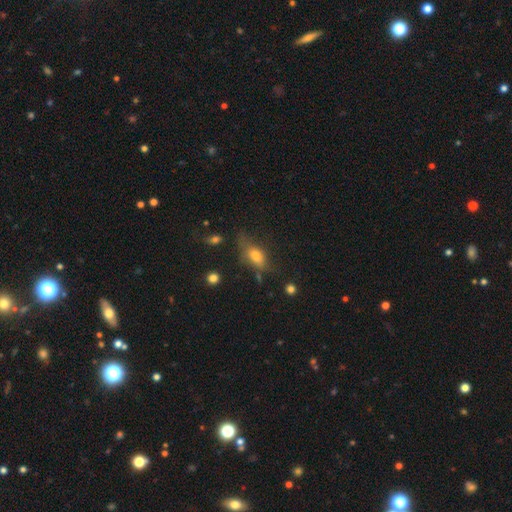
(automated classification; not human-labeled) Smooth or featured?
  - smooth: 63% *
  - featured or disk: 23%
  - star or artifact: 14%
How rounded?
  - in between: 77% *
  - cigar-shaped: 14%
  - round: 9%
Merging?
  - none: 51% *
  - minor disturbance: 28%
  - major disturbance: 16%
  - merger: 5%